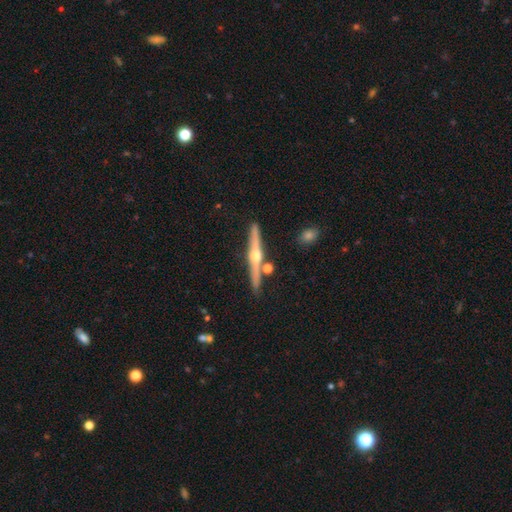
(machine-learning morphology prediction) Overall: featured or disk (82%). Edge-on disk: yes (98%). Edge-on bulge: rounded (93%). Merging: none (83%).